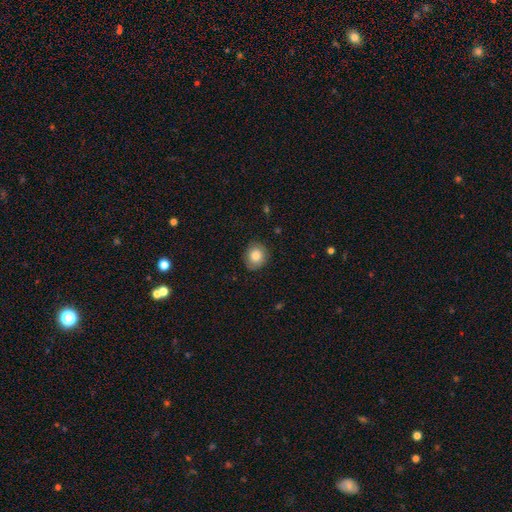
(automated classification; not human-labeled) smooth_or_featured: smooth (p=0.82) [alt: featured or disk p=0.10]
how_rounded: round (p=0.76) [alt: in between p=0.23]
merging: none (p=0.83) [alt: minor disturbance p=0.13]